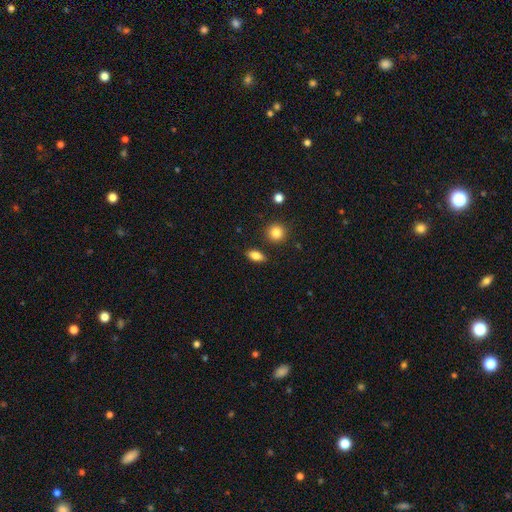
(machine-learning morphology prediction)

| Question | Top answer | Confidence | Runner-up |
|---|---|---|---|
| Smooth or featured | smooth | 83% | star or artifact (9%) |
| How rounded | in between | 82% | round (10%) |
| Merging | none | 86% | minor disturbance (9%) |